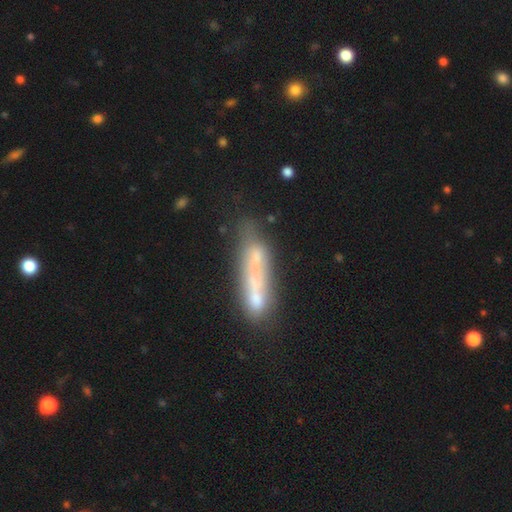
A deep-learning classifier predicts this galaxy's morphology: type=smooth (54%); roundness=cigar-shaped (61%); merging=none (50%).